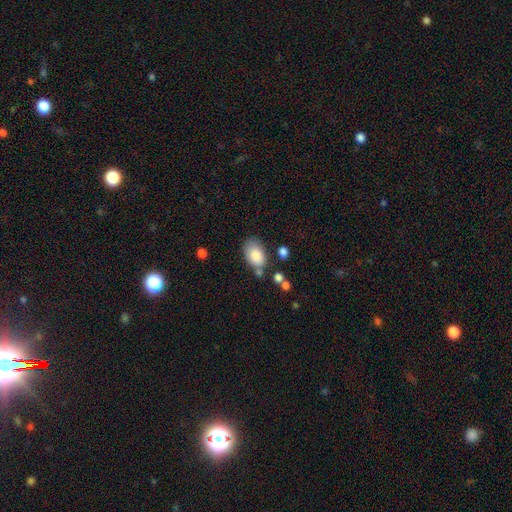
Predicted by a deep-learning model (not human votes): Morphology: type=smooth (84%); roundness=in between (89%); merging=none (61%).